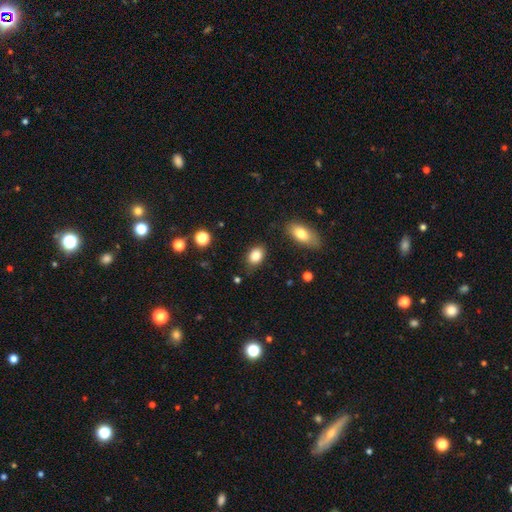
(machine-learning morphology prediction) Q: Smooth or featured?
A: smooth (86%); runner-up: star or artifact (8%)
Q: How rounded?
A: in between (82%); runner-up: round (17%)
Q: Merging?
A: none (83%); runner-up: minor disturbance (12%)